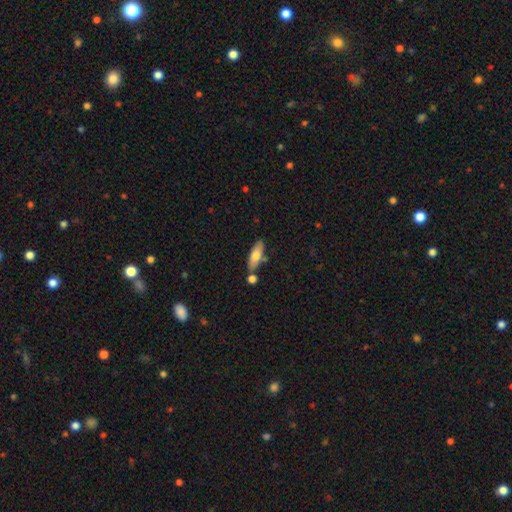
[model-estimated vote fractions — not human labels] Smooth or featured?
  - smooth: 66% *
  - featured or disk: 28%
  - star or artifact: 6%
How rounded?
  - in between: 56% *
  - cigar-shaped: 41%
  - round: 2%
Merging?
  - none: 73% *
  - minor disturbance: 13%
  - merger: 11%
  - major disturbance: 3%